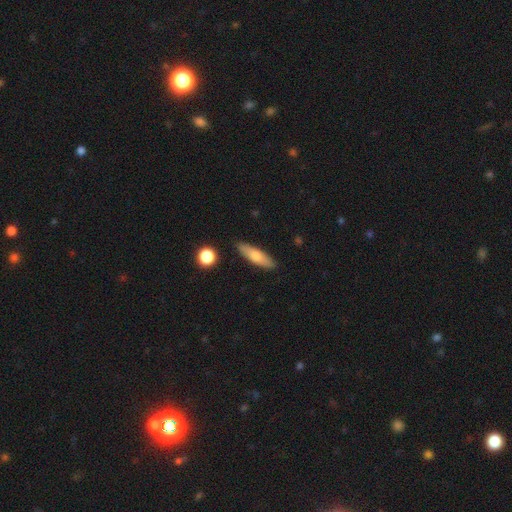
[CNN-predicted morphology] type=smooth (65%); roundness=cigar-shaped (62%); merging=none (88%).